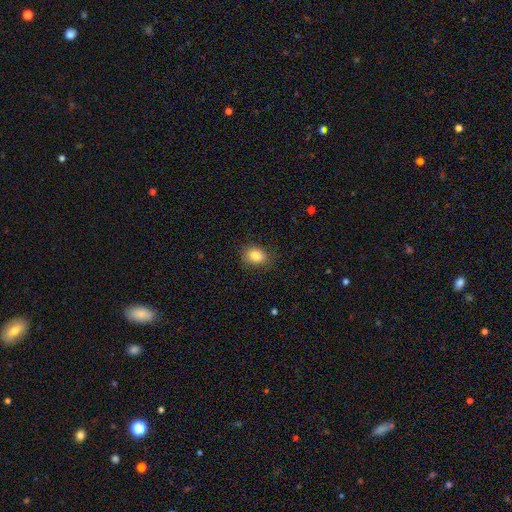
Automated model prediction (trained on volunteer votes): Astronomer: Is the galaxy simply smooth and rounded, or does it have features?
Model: smooth — 84%.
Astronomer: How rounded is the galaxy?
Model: in between — 65%.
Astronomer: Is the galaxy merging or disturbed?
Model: none — 82%.